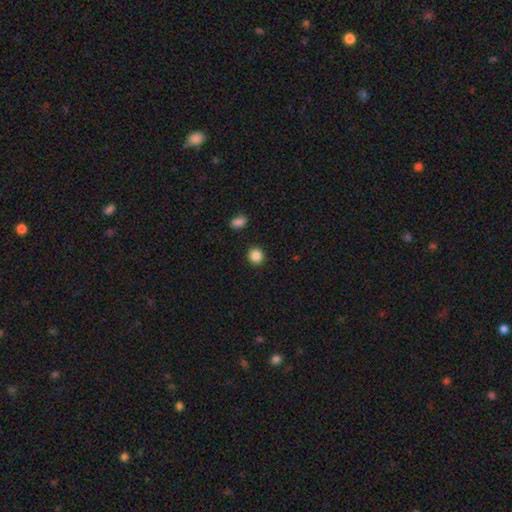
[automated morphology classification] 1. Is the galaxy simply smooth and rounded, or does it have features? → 87% smooth, 10% star or artifact, 3% featured or disk.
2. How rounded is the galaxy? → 87% round, 12% in between, 1% cigar-shaped.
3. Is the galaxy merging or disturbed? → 91% none, 5% minor disturbance, 2% major disturbance, 2% merger.